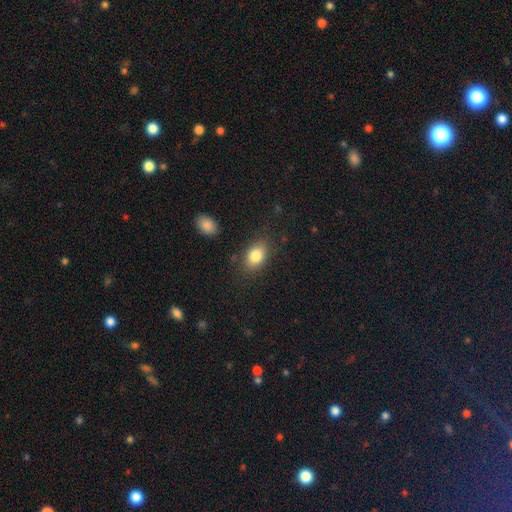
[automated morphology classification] Smooth or featured?
  - smooth: 83% *
  - featured or disk: 8%
  - star or artifact: 8%
How rounded?
  - in between: 83% *
  - round: 15%
  - cigar-shaped: 2%
Merging?
  - none: 80% *
  - minor disturbance: 13%
  - major disturbance: 4%
  - merger: 2%